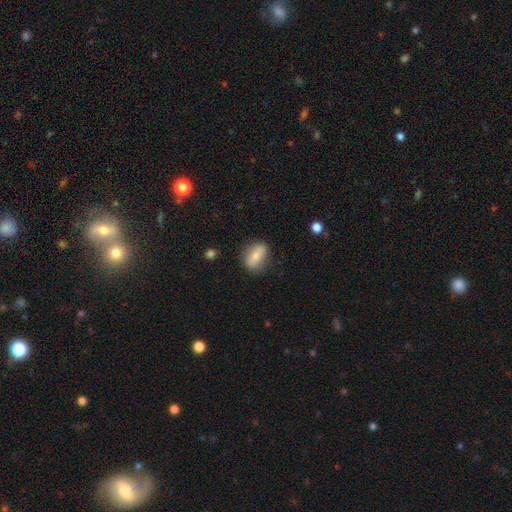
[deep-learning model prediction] Smooth or featured: smooth — 67% (featured or disk — 26%)
How rounded: in between — 73% (round — 19%)
Merging: none — 79% (minor disturbance — 15%)